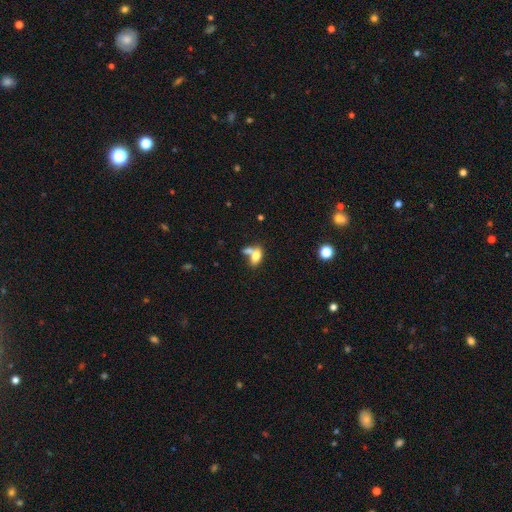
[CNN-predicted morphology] Smooth or featured?
  - smooth: 73% *
  - featured or disk: 18%
  - star or artifact: 9%
How rounded?
  - in between: 85% *
  - round: 9%
  - cigar-shaped: 6%
Merging?
  - merger: 49% *
  - none: 32%
  - minor disturbance: 11%
  - major disturbance: 7%